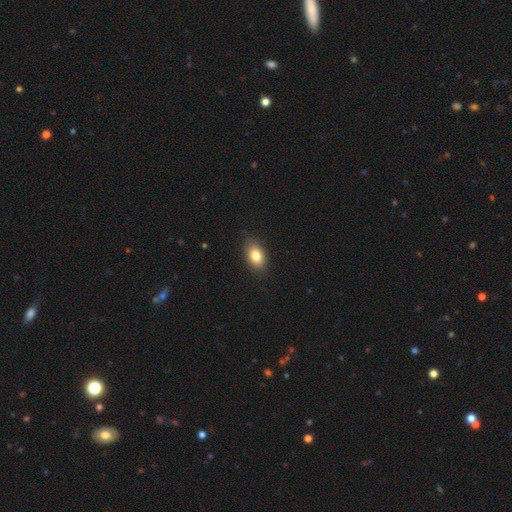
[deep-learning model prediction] Smooth or featured? Predicted: smooth (p=0.82). How rounded? Predicted: in between (p=0.86). Merging? Predicted: none (p=0.87).